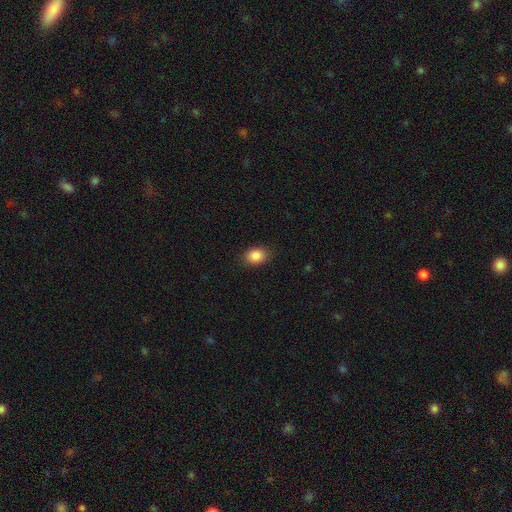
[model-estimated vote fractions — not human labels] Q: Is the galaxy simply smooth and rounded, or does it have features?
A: smooth — 87%.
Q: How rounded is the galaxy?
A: in between — 71%.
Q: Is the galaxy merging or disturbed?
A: none — 87%.